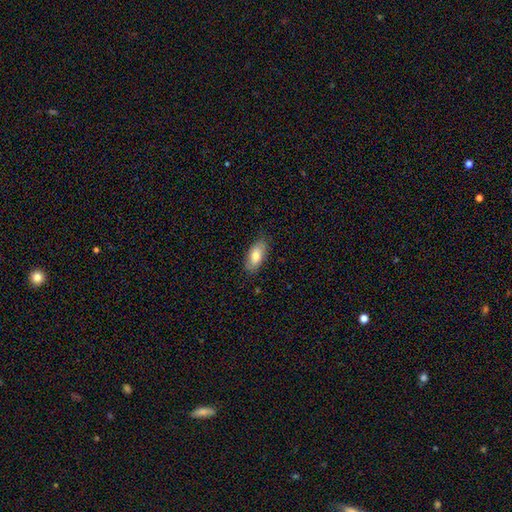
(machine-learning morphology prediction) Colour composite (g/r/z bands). It shows a smooth galaxy with no disk features (76%) that is in between round and cigar-shaped (90%). Merging: none (81%).